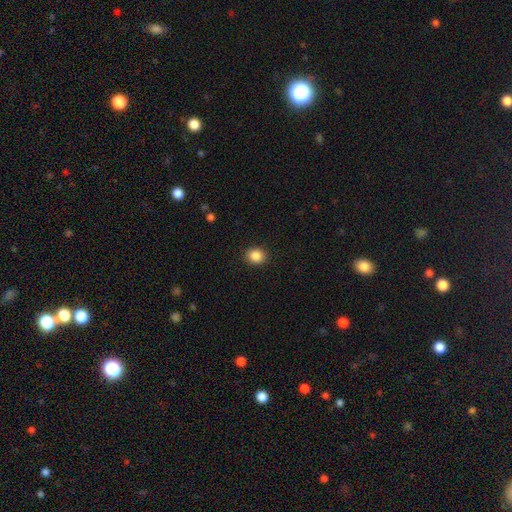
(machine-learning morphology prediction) A smooth galaxy with no disk features (87%) that is round (72%).

Vote fractions:
- Smooth or featured? smooth: 87% / star or artifact: 9% / featured or disk: 3%
- How rounded? round: 72% / in between: 27% / cigar-shaped: 1%
- Merging? none: 91% / minor disturbance: 6% / major disturbance: 2% / merger: 1%